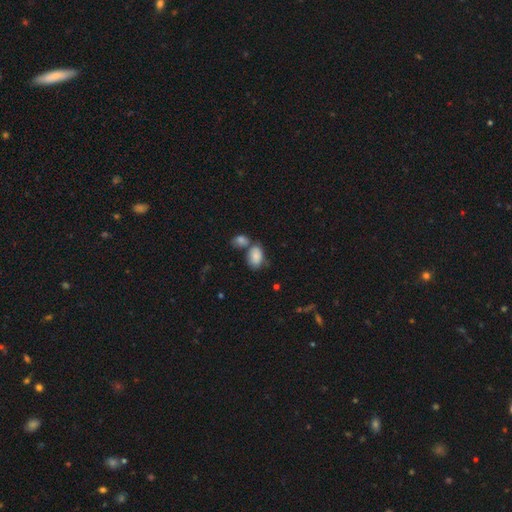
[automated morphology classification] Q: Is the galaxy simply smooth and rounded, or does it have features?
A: smooth — 84%.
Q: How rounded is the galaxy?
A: in between — 90%.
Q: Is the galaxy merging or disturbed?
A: none — 41%.